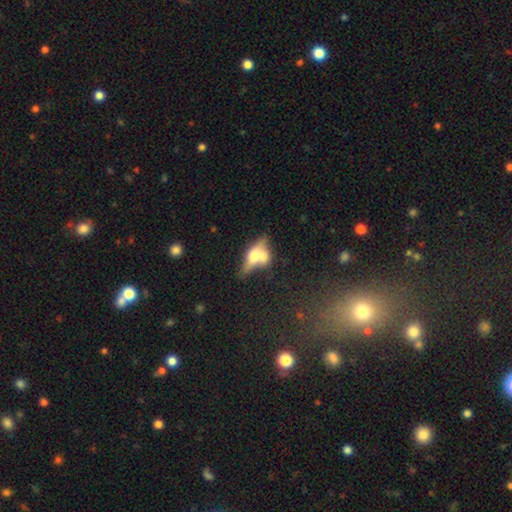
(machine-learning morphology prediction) Smooth or featured: smooth — 47% (featured or disk — 44%)
Merging: merger — 59% (none — 24%)